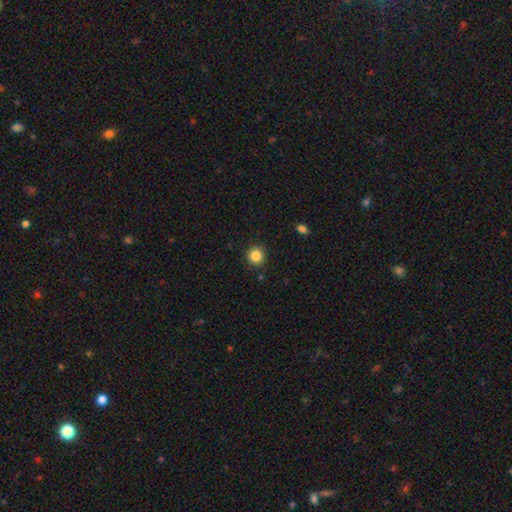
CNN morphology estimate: This is clearly a smooth galaxy (86%). How rounded: clearly round (93%). Merging: clearly none (91%).